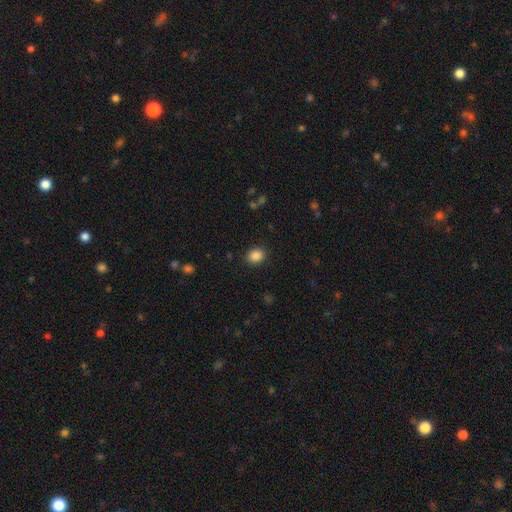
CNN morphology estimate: This is clearly a smooth galaxy (87%). How rounded: possibly round (52%). Merging: clearly none (89%).